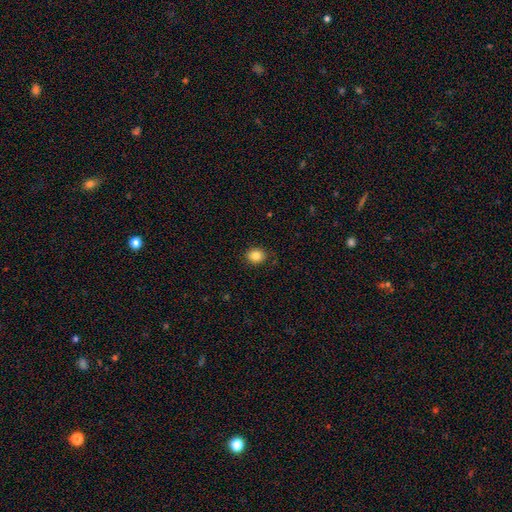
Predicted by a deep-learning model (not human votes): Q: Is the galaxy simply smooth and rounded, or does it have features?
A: smooth — 85%.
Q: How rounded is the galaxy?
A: round — 68%.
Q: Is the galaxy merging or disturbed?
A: none — 88%.